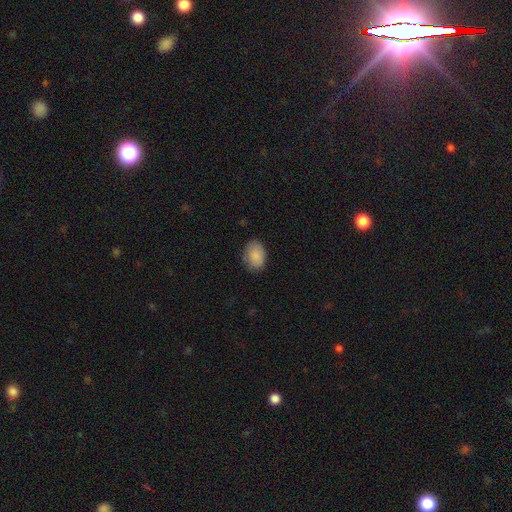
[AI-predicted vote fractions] Smooth or featured? Predicted: smooth (p=0.86). How rounded? Predicted: in between (p=0.79). Merging? Predicted: none (p=0.79).